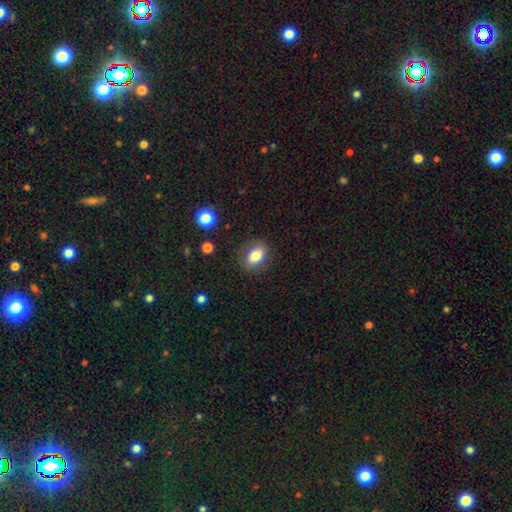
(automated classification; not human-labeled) Smooth or featured? Predicted: smooth (p=0.79). How rounded? Predicted: in between (p=0.74). Merging? Predicted: none (p=0.84).